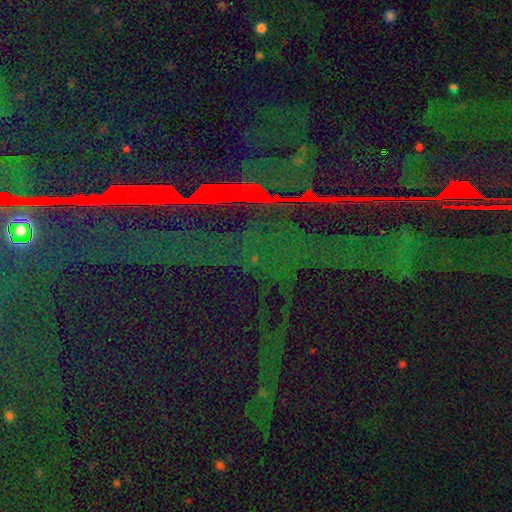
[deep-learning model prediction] A star or artifact, not a galaxy (87%).